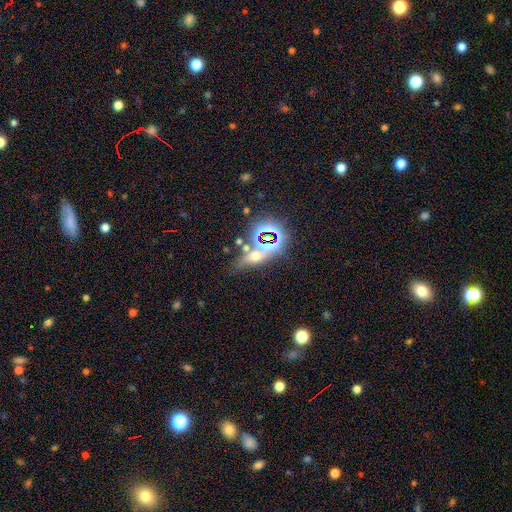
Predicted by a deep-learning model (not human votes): This is marginally a star or artifact rather than a galaxy (43%).